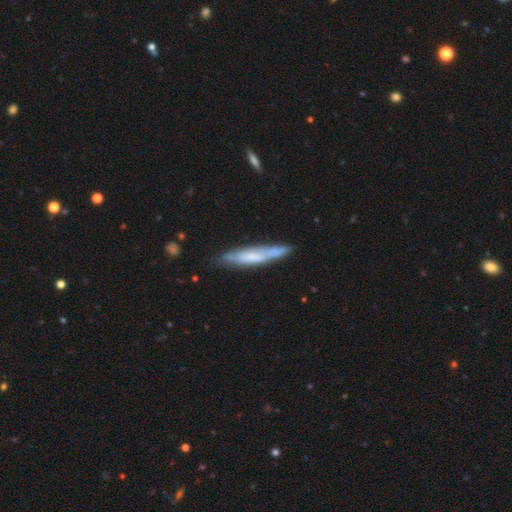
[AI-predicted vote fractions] featured or disk 54%, smooth 40%, star or artifact 7%. Down the decision tree: edge-on disk — yes (75%); merging — none (73%).